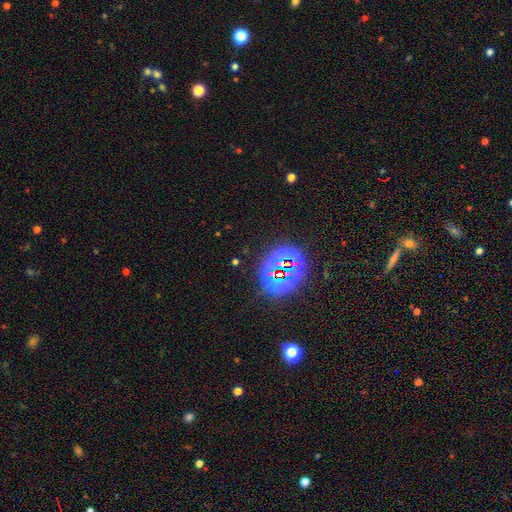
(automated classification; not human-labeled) Morphology: type=star or artifact (79%).